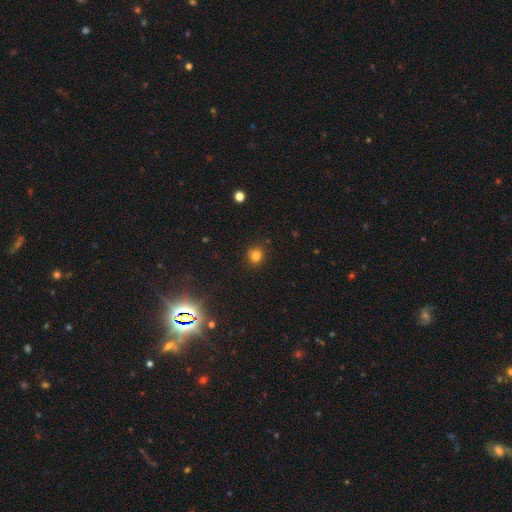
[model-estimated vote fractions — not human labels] Smooth or featured: smooth — 80% (star or artifact — 15%)
How rounded: round — 85% (in between — 14%)
Merging: none — 87% (minor disturbance — 9%)